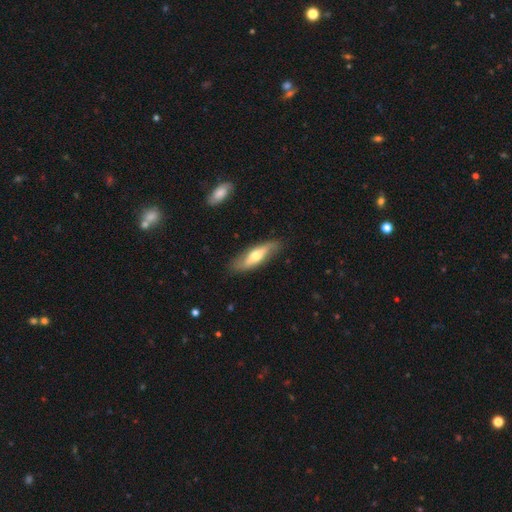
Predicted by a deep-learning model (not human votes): This is possibly a smooth galaxy (47%, tied with featured or disk). Merging: clearly none (80%).